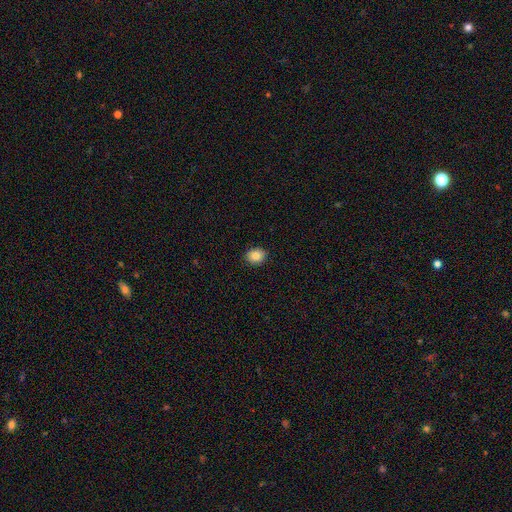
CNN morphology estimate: A smooth galaxy with no disk features (86%) that is round (57%). Merging: none (90%).